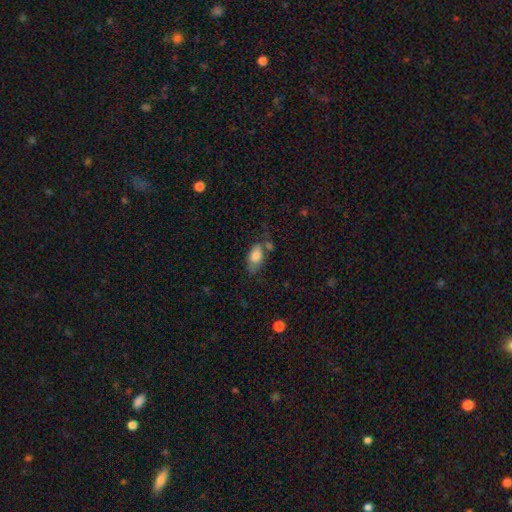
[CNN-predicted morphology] A smooth galaxy with no disk features (80%) that is in between round and cigar-shaped (92%).

Vote fractions:
- Smooth or featured? smooth: 80% / featured or disk: 13% / star or artifact: 7%
- How rounded? in between: 92% / round: 5% / cigar-shaped: 3%
- Merging? none: 49% / minor disturbance: 27% / merger: 12% / major disturbance: 12%